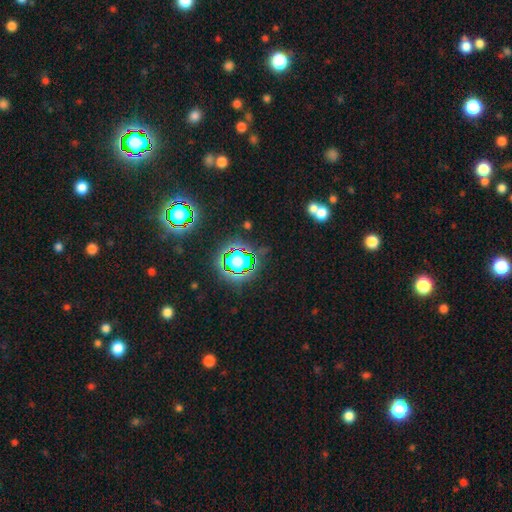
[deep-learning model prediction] The model was most divided on "smooth or featured": star or artifact: 76%, smooth: 16%, featured or disk: 8%.